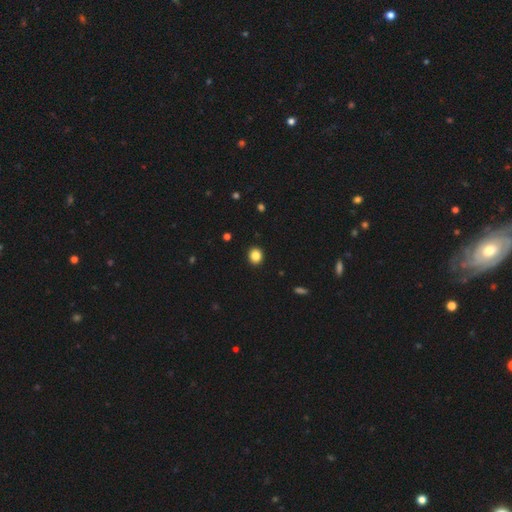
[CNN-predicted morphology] Smooth or featured?
  - smooth: 86% *
  - star or artifact: 10%
  - featured or disk: 4%
How rounded?
  - round: 80% *
  - in between: 19%
  - cigar-shaped: 1%
Merging?
  - none: 93% *
  - minor disturbance: 5%
  - major disturbance: 1%
  - merger: 1%